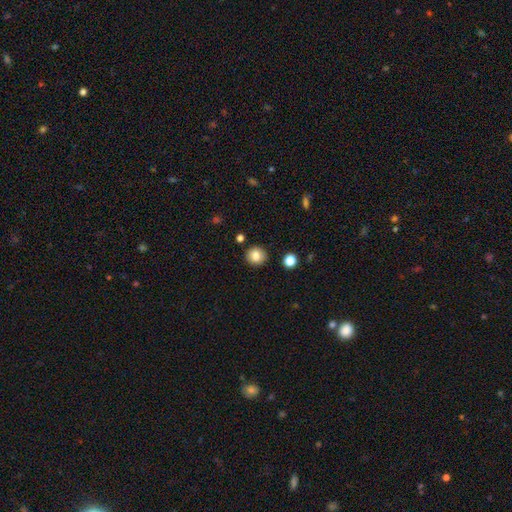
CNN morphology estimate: smooth 83%, star or artifact 10%, featured or disk 7%. Down the decision tree: how rounded — round (89%); merging — none (88%).